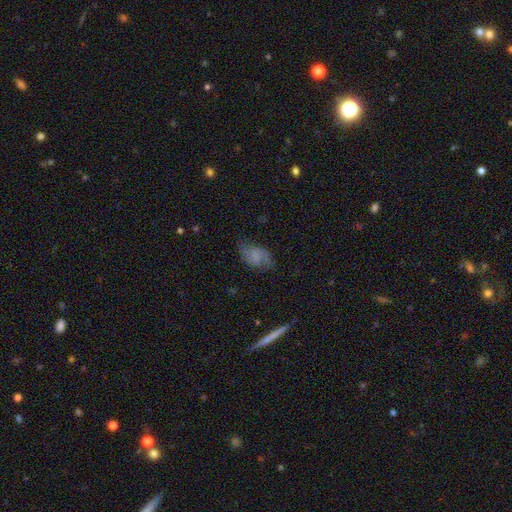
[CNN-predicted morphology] A featured or disk galaxy (47%).

Vote fractions:
- Smooth or featured? featured or disk: 47% / smooth: 43% / star or artifact: 10%
- Merging? none: 67% / minor disturbance: 22% / major disturbance: 9% / merger: 2%